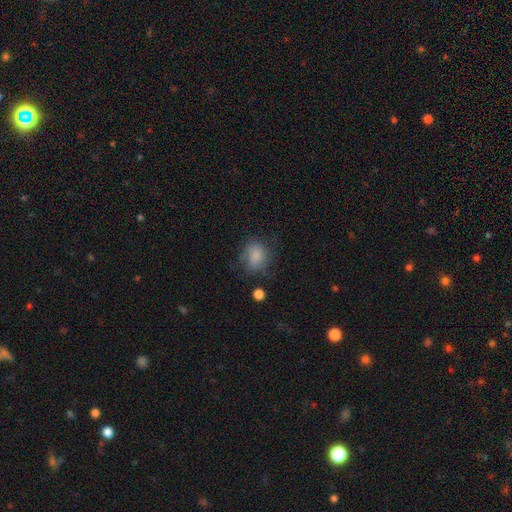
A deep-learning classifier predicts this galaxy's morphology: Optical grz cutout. It shows a smooth galaxy with no disk features (73%) that is round (57%). Merging: none (52%).